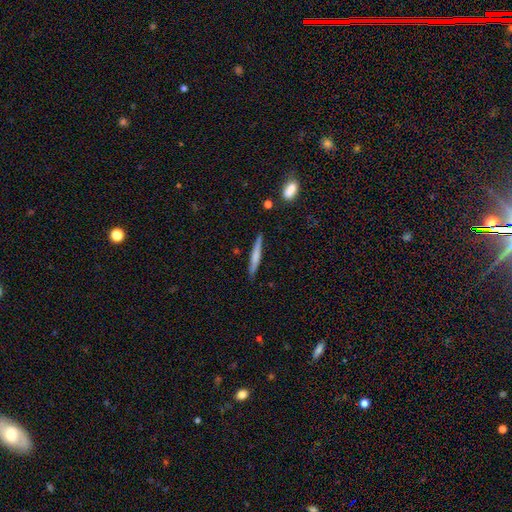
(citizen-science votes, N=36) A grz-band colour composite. It shows a smooth galaxy with no disk features (67%) that is cigar-shaped (96%). Merging: none (81%).